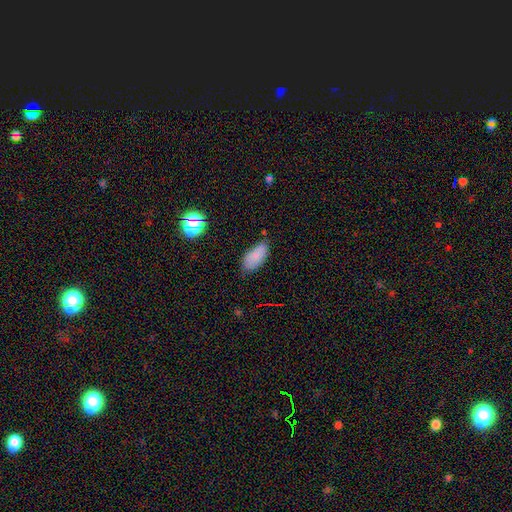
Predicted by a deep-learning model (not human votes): smooth_or_featured: smooth (p=0.83) [alt: star or artifact p=0.10]
how_rounded: in between (p=0.91) [alt: cigar-shaped p=0.07]
merging: none (p=0.67) [alt: minor disturbance p=0.26]